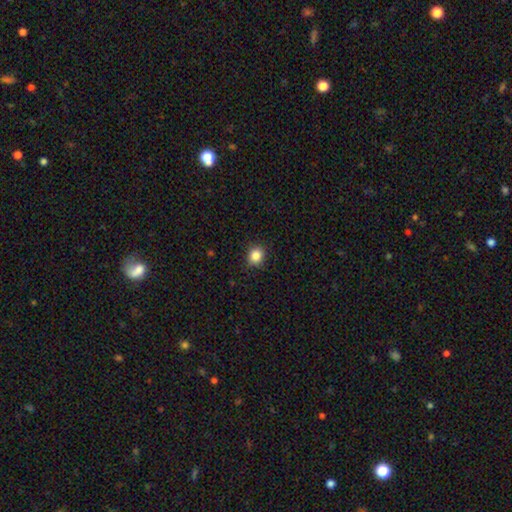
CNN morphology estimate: This is clearly a smooth galaxy (85%). How rounded: likely round (78%). Merging: clearly none (88%).